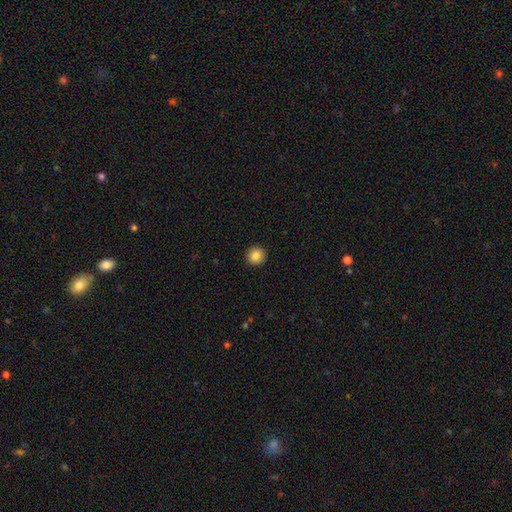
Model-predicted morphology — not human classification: smooth_or_featured: smooth (p=0.87) [alt: star or artifact p=0.09]
how_rounded: round (p=0.94) [alt: in between p=0.05]
merging: none (p=0.93) [alt: minor disturbance p=0.04]